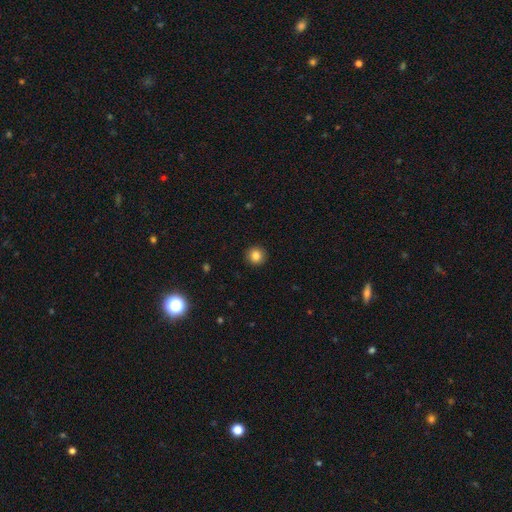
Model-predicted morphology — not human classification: A smooth galaxy with no disk features (85%) that is round (94%).

Vote fractions:
- Smooth or featured? smooth: 85% / star or artifact: 10% / featured or disk: 5%
- How rounded? round: 94% / in between: 5% / cigar-shaped: 1%
- Merging? none: 93% / minor disturbance: 5% / major disturbance: 2% / merger: 1%